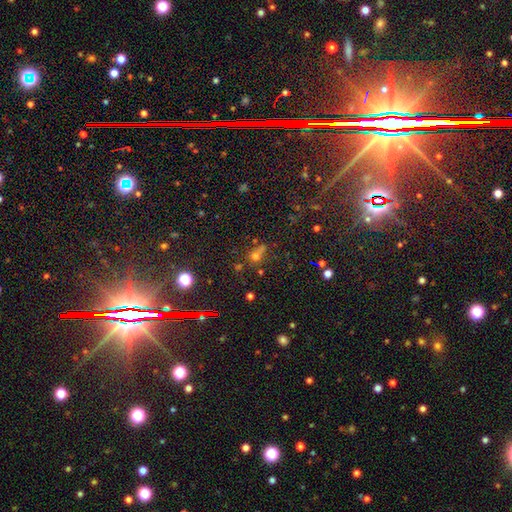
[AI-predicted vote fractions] This is possibly a smooth galaxy (50%). How rounded: likely round (67%). Merging: possibly none (51%).